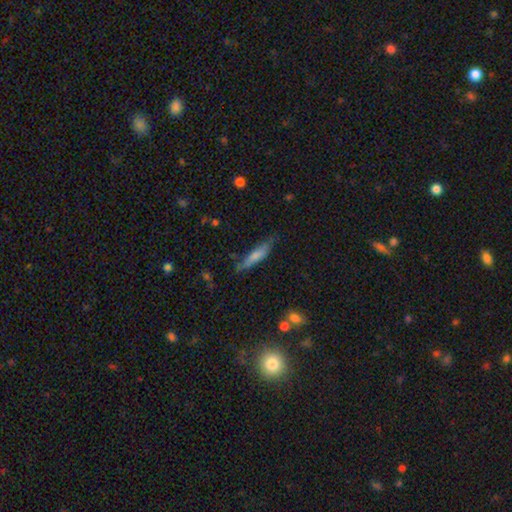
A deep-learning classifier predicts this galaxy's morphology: Overall: smooth (67%; featured or disk 27%). How rounded: cigar-shaped (79%). Merging: none (67%).